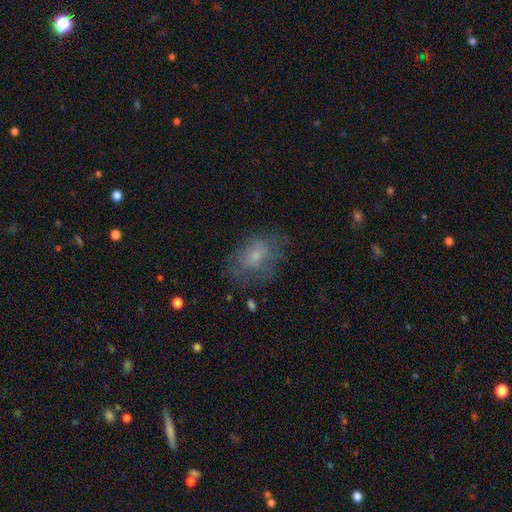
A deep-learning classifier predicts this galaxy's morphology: Smooth or featured? Predicted: smooth (p=0.57). How rounded? Predicted: in between (p=0.76). Merging? Predicted: none (p=0.62).